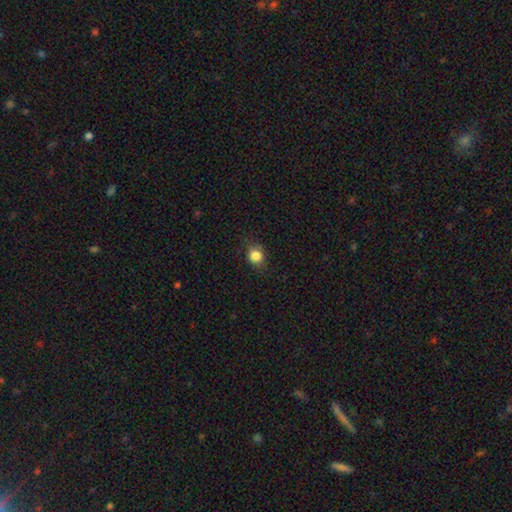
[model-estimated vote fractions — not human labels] smooth_or_featured: smooth (p=0.84) [alt: star or artifact p=0.11]
how_rounded: round (p=0.77) [alt: in between p=0.22]
merging: none (p=0.81) [alt: minor disturbance p=0.14]